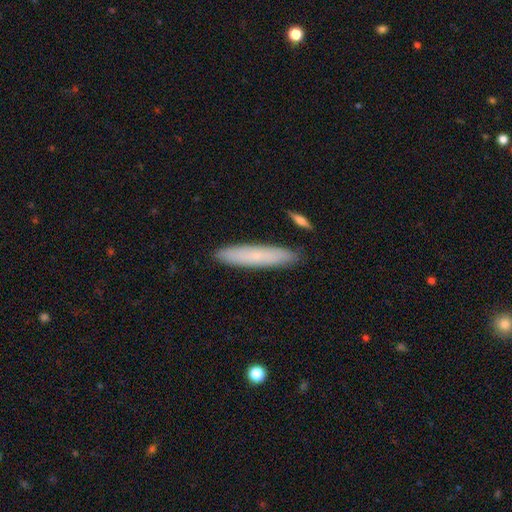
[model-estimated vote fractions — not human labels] Morphology: type=smooth (68%); roundness=cigar-shaped (88%); merging=none (88%).